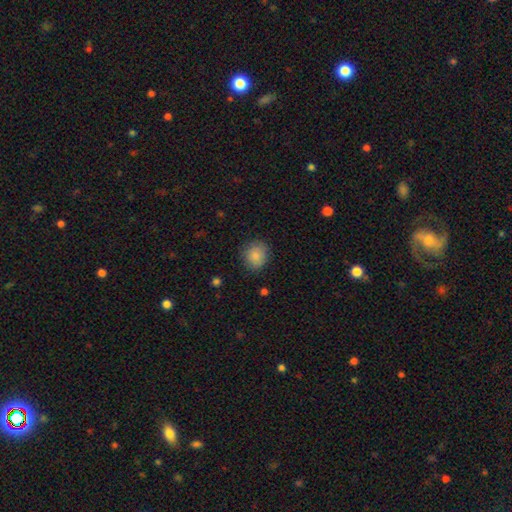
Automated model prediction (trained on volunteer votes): A smooth galaxy with no disk features (85%) that is round (73%). Merging: none (83%).